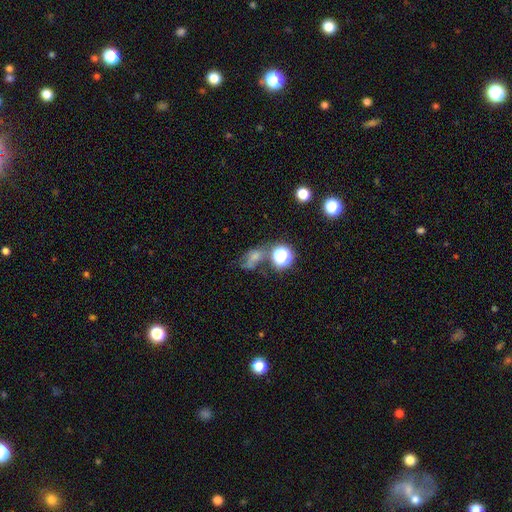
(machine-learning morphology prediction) smooth_or_featured: star or artifact (p=0.41) [alt: smooth p=0.35]